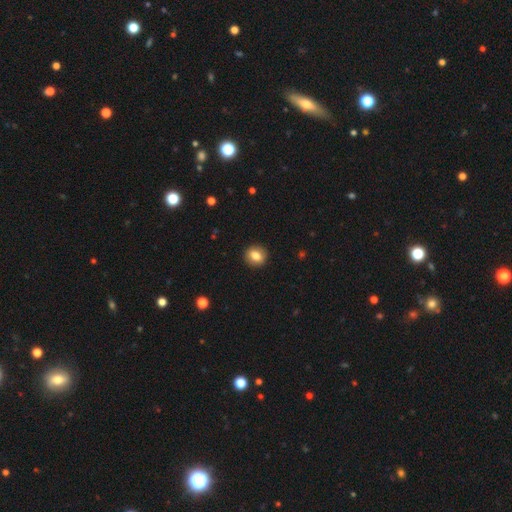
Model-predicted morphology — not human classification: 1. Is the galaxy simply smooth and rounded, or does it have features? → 80% smooth, 11% featured or disk, 9% star or artifact.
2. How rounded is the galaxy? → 73% round, 26% in between, 1% cigar-shaped.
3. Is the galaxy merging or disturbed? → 91% none, 6% minor disturbance, 2% major disturbance, 1% merger.